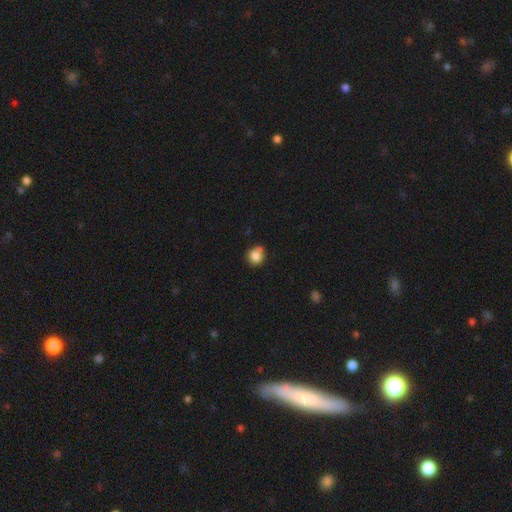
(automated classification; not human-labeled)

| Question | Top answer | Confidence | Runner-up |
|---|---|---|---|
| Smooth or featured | smooth | 83% | star or artifact (10%) |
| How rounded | round | 84% | in between (15%) |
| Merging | none | 62% | minor disturbance (21%) |